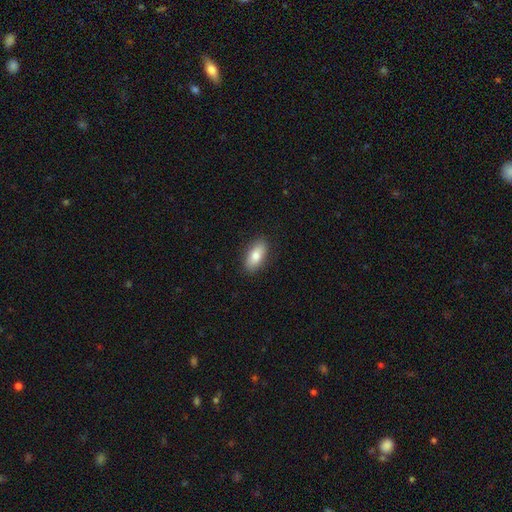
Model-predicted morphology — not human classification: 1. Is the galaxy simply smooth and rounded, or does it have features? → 78% smooth, 15% featured or disk, 6% star or artifact.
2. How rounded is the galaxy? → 89% in between, 8% cigar-shaped, 3% round.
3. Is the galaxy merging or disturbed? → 88% none, 9% minor disturbance, 2% major disturbance, 1% merger.